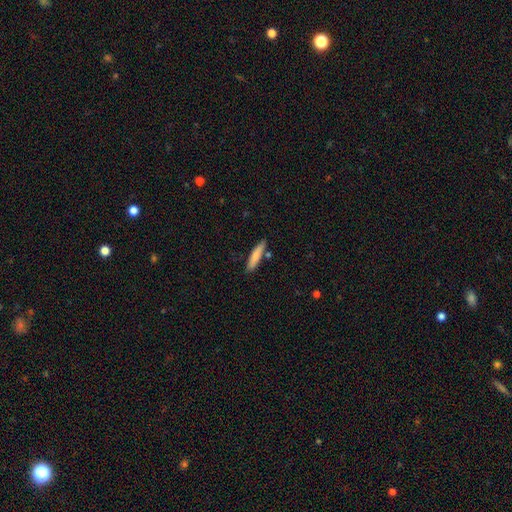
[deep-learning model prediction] Q: Smooth or featured?
A: smooth (77%); runner-up: featured or disk (18%)
Q: How rounded?
A: cigar-shaped (84%); runner-up: in between (14%)
Q: Merging?
A: none (82%); runner-up: minor disturbance (11%)